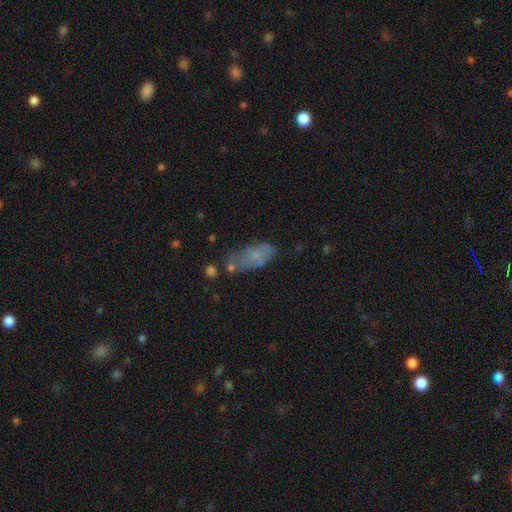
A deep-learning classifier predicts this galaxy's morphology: Q: Smooth or featured?
A: smooth (60%); runner-up: featured or disk (29%)
Q: How rounded?
A: in between (81%); runner-up: cigar-shaped (15%)
Q: Merging?
A: none (48%); runner-up: minor disturbance (26%)